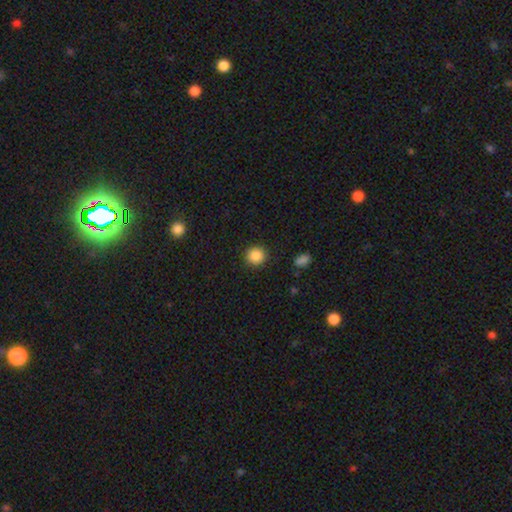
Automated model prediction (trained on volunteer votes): Morphology: type=smooth (87%); roundness=round (92%); merging=none (91%).